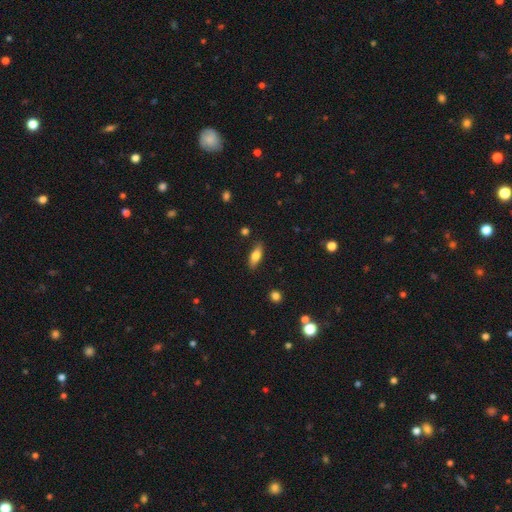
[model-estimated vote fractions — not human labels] smooth-or-featured: smooth: 69% | featured or disk: 24% | star or artifact: 7%
  how-rounded: in between: 67% | cigar-shaped: 30% | round: 3%
  merging: none: 85% | minor disturbance: 11% | major disturbance: 2% | merger: 2%